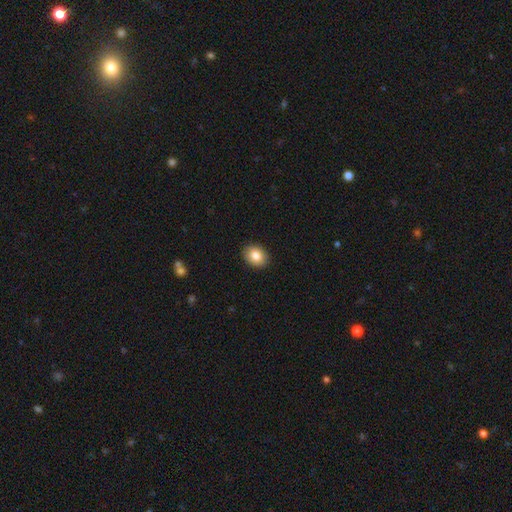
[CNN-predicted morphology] This is clearly a smooth galaxy (84%). How rounded: possibly in between (57%). Merging: clearly none (91%).